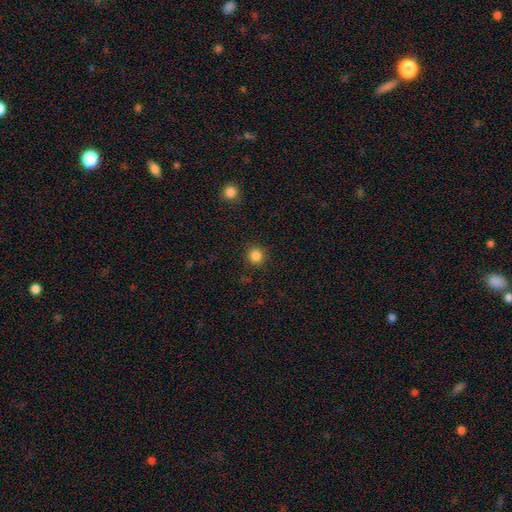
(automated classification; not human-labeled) Q: Smooth or featured?
A: smooth (85%); runner-up: star or artifact (12%)
Q: How rounded?
A: round (93%); runner-up: in between (6%)
Q: Merging?
A: none (91%); runner-up: minor disturbance (6%)